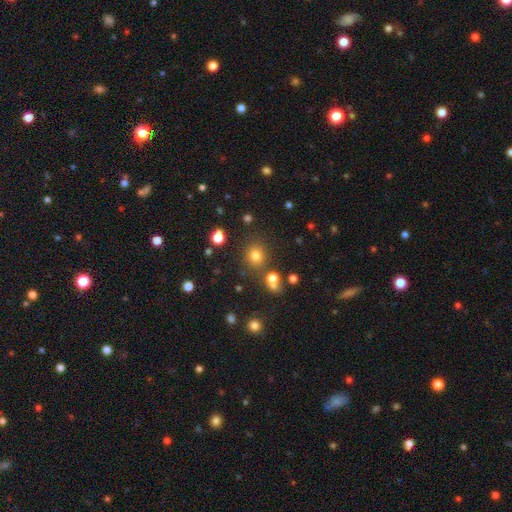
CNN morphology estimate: type=smooth (75%); roundness=round (83%); merging=none (79%).